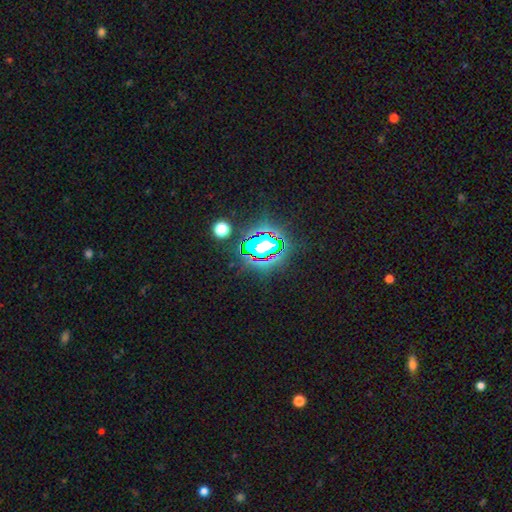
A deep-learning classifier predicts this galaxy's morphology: Smooth or featured? Predicted: star or artifact (p=0.79).